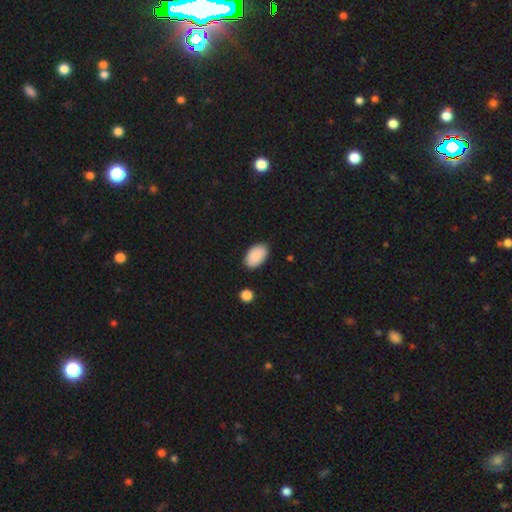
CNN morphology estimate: Overall: smooth (90%). How rounded: in between (95%). Merging: none (87%).